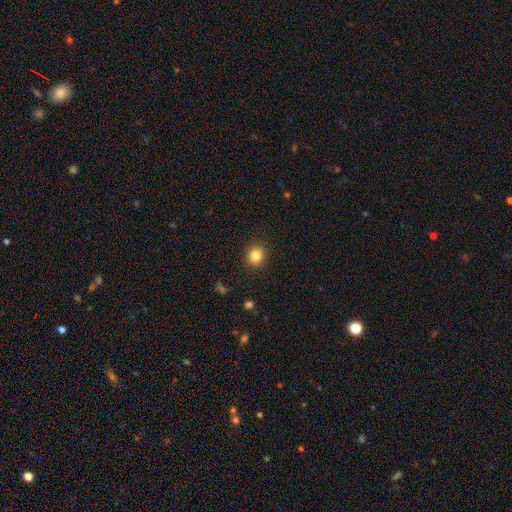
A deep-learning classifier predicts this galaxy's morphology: Q: Smooth or featured?
A: smooth (83%); runner-up: star or artifact (12%)
Q: How rounded?
A: round (86%); runner-up: in between (13%)
Q: Merging?
A: none (91%); runner-up: minor disturbance (6%)